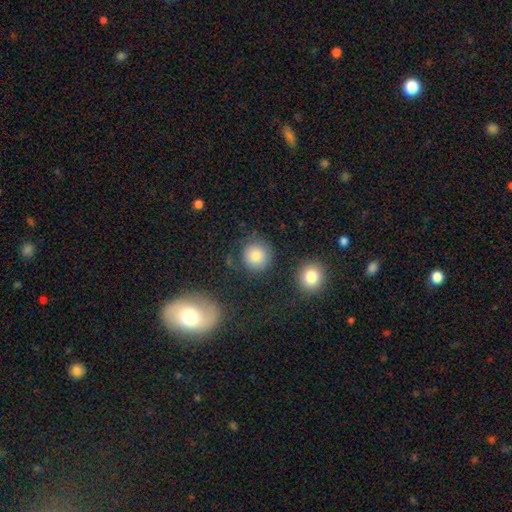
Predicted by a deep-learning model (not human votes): A smooth galaxy with no disk features (82%) that is round (91%).

Vote fractions:
- Smooth or featured? smooth: 82% / star or artifact: 10% / featured or disk: 8%
- How rounded? round: 91% / in between: 8% / cigar-shaped: 1%
- Merging? none: 80% / minor disturbance: 11% / major disturbance: 4% / merger: 4%